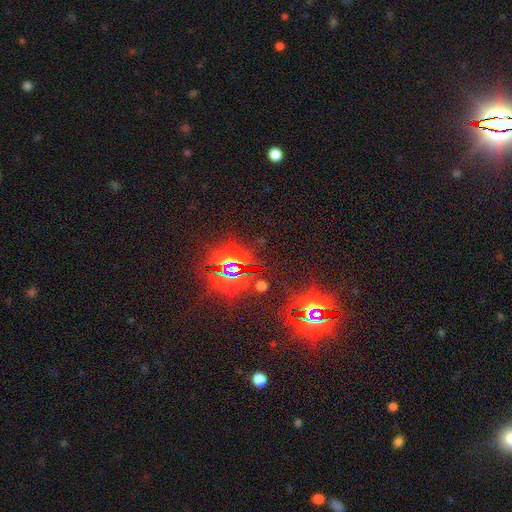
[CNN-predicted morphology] Smooth or featured: star or artifact — 85% (smooth — 9%)